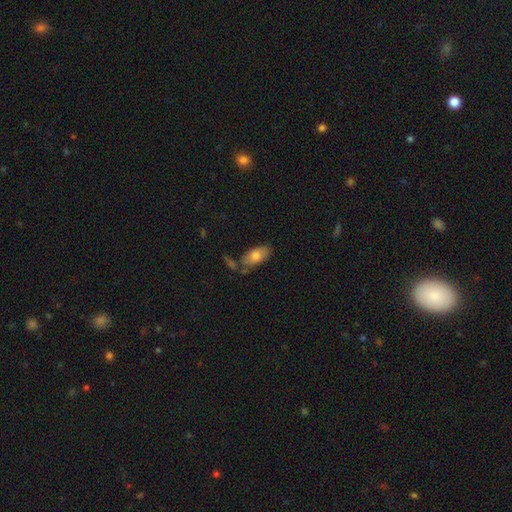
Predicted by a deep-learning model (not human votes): This is likely a smooth galaxy (76%). How rounded: clearly in between (90%). Merging: likely none (62%).